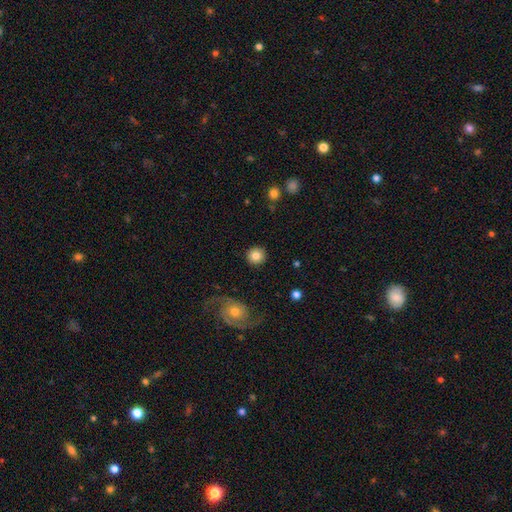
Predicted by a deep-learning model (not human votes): This is clearly a smooth galaxy (83%). How rounded: clearly round (94%). Merging: clearly none (90%).